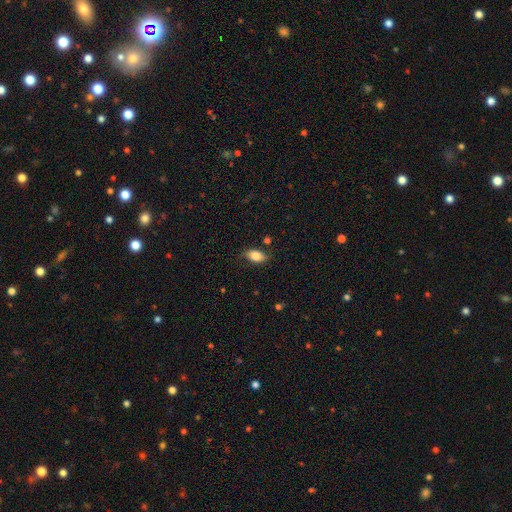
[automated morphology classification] Q: Smooth or featured?
A: smooth (77%); runner-up: featured or disk (16%)
Q: How rounded?
A: in between (89%); runner-up: round (6%)
Q: Merging?
A: none (77%); runner-up: minor disturbance (17%)